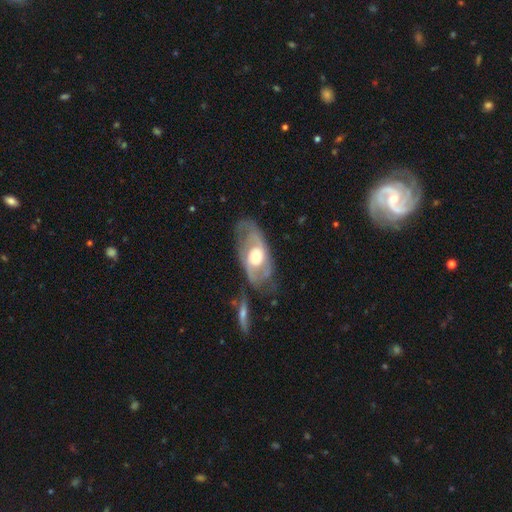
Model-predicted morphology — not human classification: Smooth or featured? Predicted: featured or disk (p=0.77). Edge-on disk? Predicted: no (p=0.92). Bar? Predicted: no (p=0.68). Spiral arms? Predicted: yes (p=0.82). Spiral winding? Predicted: medium (p=0.43). Spiral arm count? Predicted: 2 (p=0.69). Bulge size? Predicted: moderate (p=0.59). Merging? Predicted: none (p=0.59).